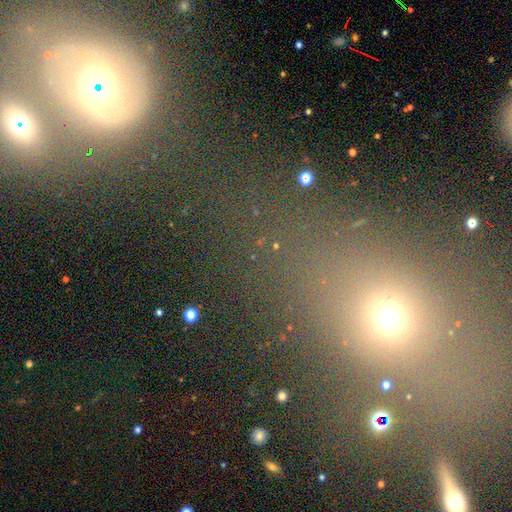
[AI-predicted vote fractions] The model was most divided on "smooth or featured": smooth: 44%, star or artifact: 31%, featured or disk: 25%. More confident: merging — none (53%).